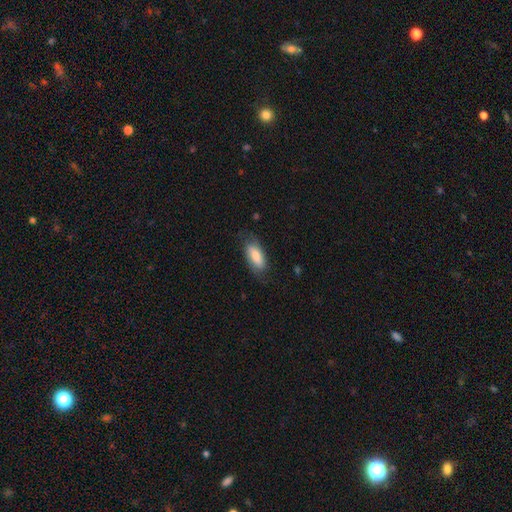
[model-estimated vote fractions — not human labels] Smooth or featured: smooth — 69% (featured or disk — 25%)
How rounded: in between — 83% (cigar-shaped — 14%)
Merging: none — 69% (minor disturbance — 22%)